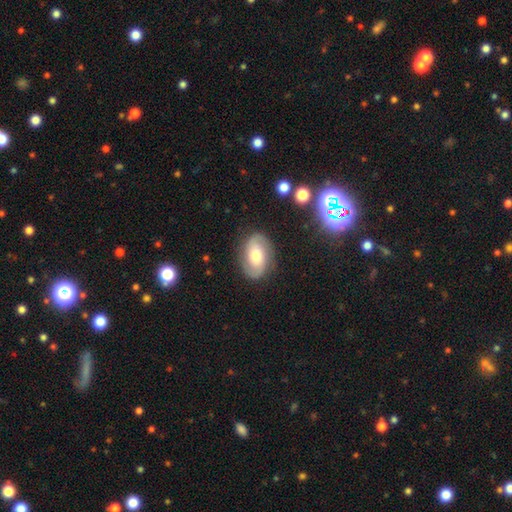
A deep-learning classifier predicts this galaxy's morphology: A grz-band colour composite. It shows a featured or disk galaxy (65%) with no bar (50%), 2 (89%) medium (45%) spiral arms (89%) and a moderate central bulge (59%). Merging: none (82%).